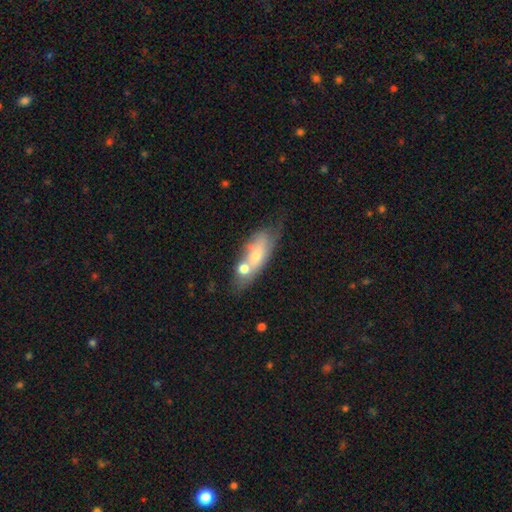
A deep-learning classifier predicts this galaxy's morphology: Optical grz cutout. It shows a smooth galaxy with no disk features (54%) that is in between round and cigar-shaped (62%). Merging: none (42%).